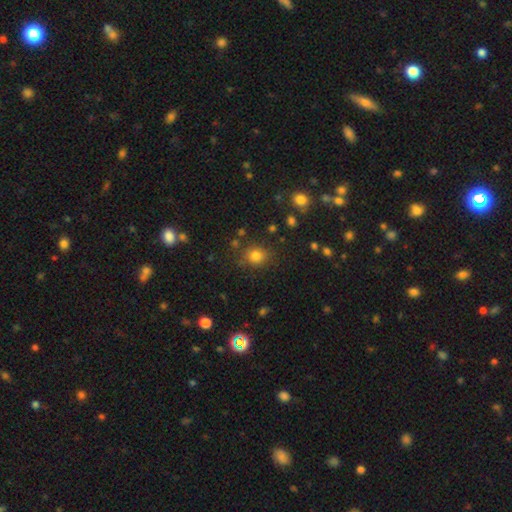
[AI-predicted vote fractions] smooth_or_featured: smooth (p=0.80) [alt: star or artifact p=0.14]
how_rounded: round (p=0.75) [alt: in between p=0.24]
merging: none (p=0.81) [alt: minor disturbance p=0.12]